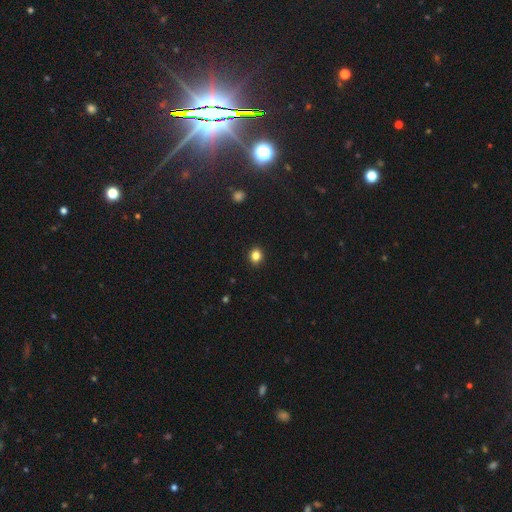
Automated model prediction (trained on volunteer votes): Smooth or featured? Predicted: smooth (p=0.83). How rounded? Predicted: round (p=0.61). Merging? Predicted: none (p=0.90).